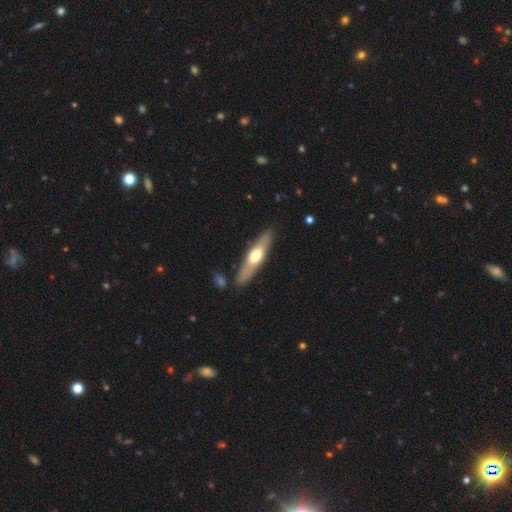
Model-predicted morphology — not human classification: smooth_or_featured: featured or disk (p=0.50) [alt: smooth p=0.45]
merging: none (p=0.85) [alt: minor disturbance p=0.10]